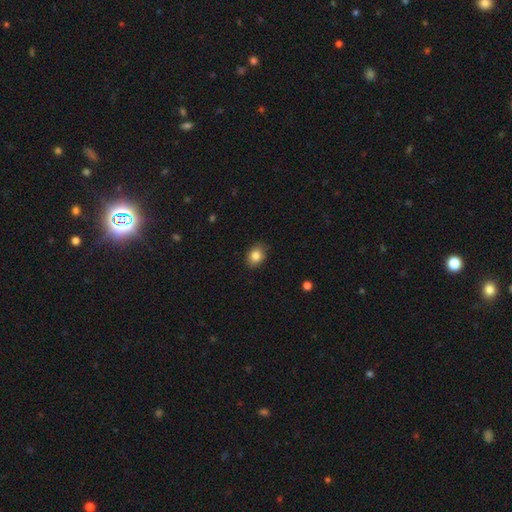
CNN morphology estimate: type=smooth (83%); roundness=in between (64%); merging=none (84%).